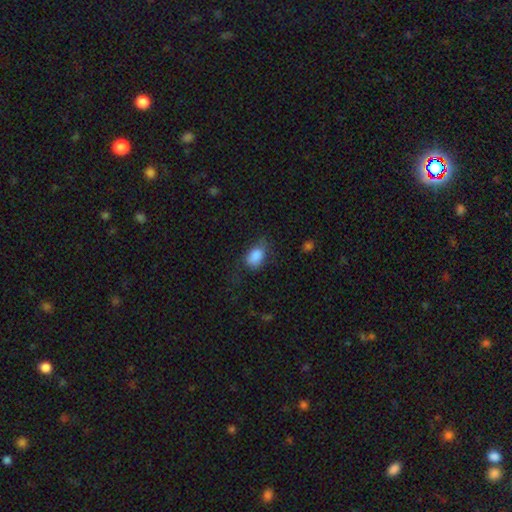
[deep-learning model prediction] smooth_or_featured: smooth (p=0.85) [alt: star or artifact p=0.08]
how_rounded: in between (p=0.84) [alt: round p=0.15]
merging: none (p=0.53) [alt: minor disturbance p=0.28]